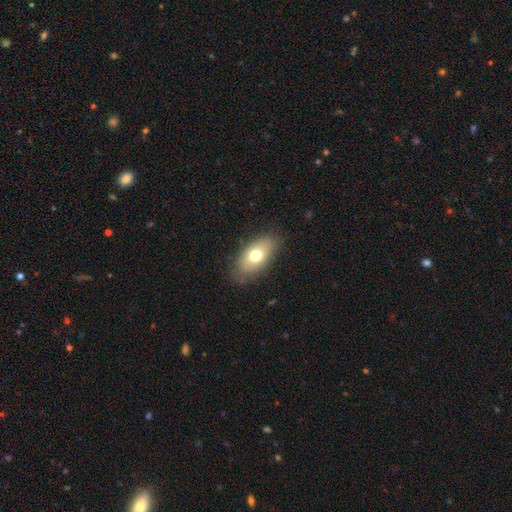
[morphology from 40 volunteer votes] smooth-or-featured: smooth: 75% | featured or disk: 20% | star or artifact: 5%
  how-rounded: in between: 77% | round: 13% | cigar-shaped: 10%
  merging: none: 71% | minor disturbance: 16% | major disturbance: 11% | merger: 3%